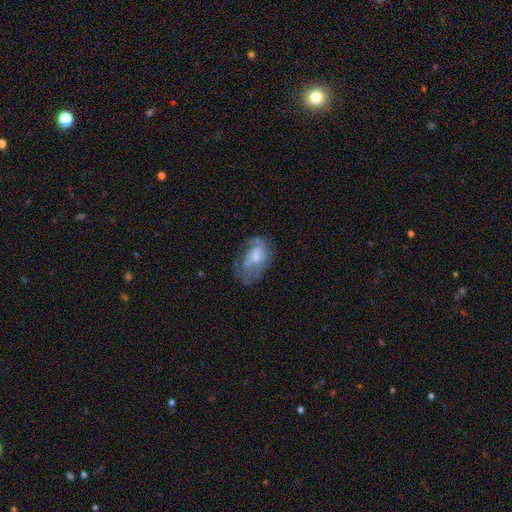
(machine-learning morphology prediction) A featured or disk galaxy (60%) with no bar (53%), spiral arms (62%) and a moderate central bulge (38%). Merging: none (42%).